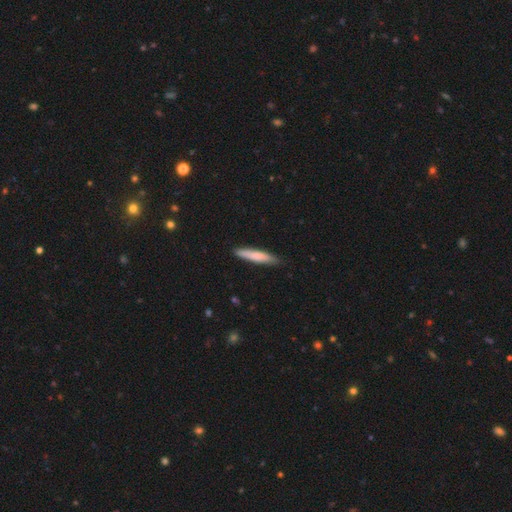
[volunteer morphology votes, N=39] smooth 72%, featured or disk 23%, star or artifact 5%. Down the decision tree: how rounded — cigar-shaped (79%); merging — none (89%).